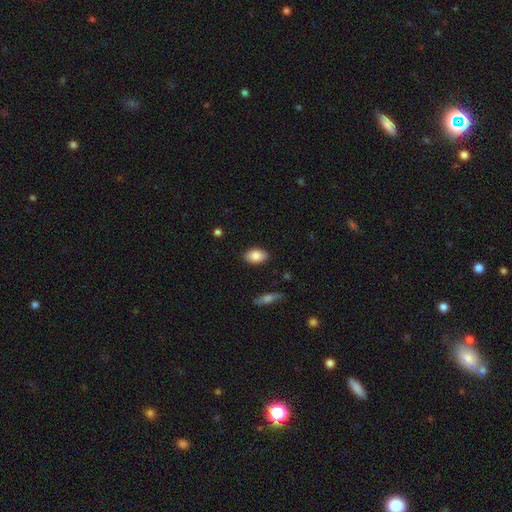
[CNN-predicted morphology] A smooth galaxy with no disk features (85%) that is in between round and cigar-shaped (91%). Merging: none (87%).